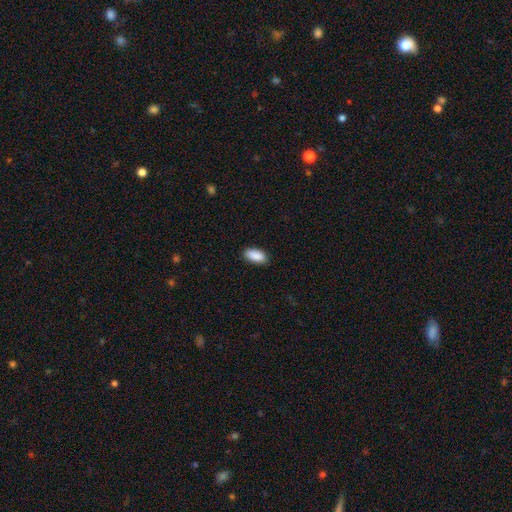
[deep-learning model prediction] Smooth or featured? smooth (91%)
How rounded? in between (92%)
Merging? none (88%)